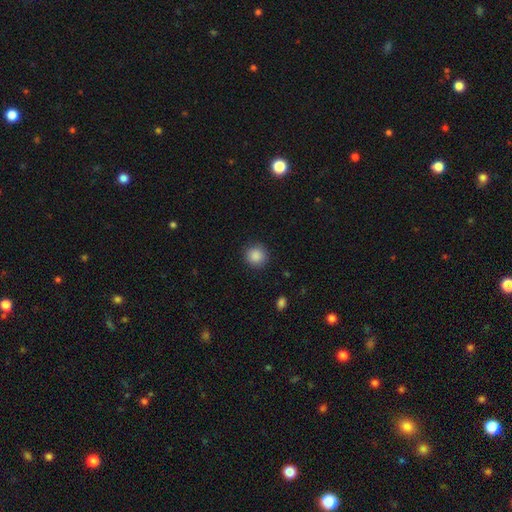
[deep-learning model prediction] Q: Smooth or featured?
A: smooth (88%); runner-up: star or artifact (9%)
Q: How rounded?
A: round (93%); runner-up: in between (6%)
Q: Merging?
A: none (90%); runner-up: minor disturbance (7%)